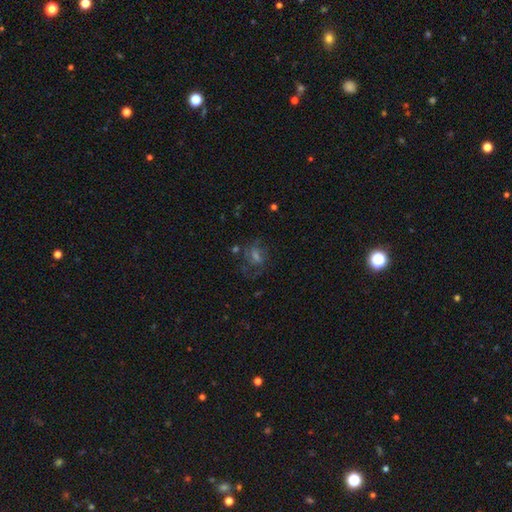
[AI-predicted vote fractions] featured or disk 41%, star or artifact 30%, smooth 29%. Down the decision tree: merging — none (57%).